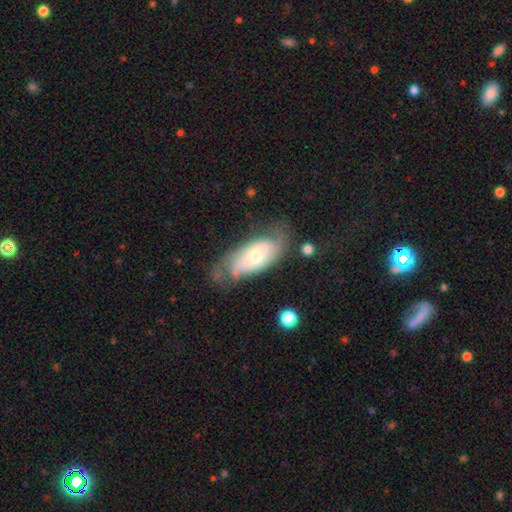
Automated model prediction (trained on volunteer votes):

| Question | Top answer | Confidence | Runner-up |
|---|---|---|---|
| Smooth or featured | featured or disk | 57% | smooth (36%) |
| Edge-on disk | no | 88% | yes (12%) |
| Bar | no | 66% | weak (27%) |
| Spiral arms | yes | 80% | no (20%) |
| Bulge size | moderate | 49% | small (41%) |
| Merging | none | 52% | minor disturbance (29%) |